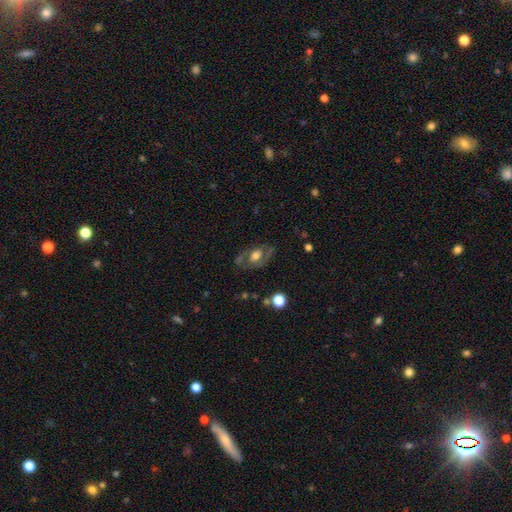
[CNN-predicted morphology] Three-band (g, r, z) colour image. It shows a featured or disk galaxy (55%) with no bar (71%), no spiral arms (60%) and a moderate central bulge (53%). Merging: none (62%).